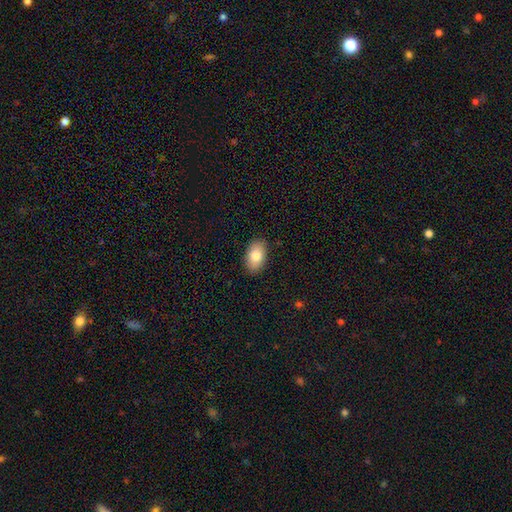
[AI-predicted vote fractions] smooth_or_featured: smooth (p=0.82) [alt: featured or disk p=0.11]
how_rounded: in between (p=0.92) [alt: round p=0.07]
merging: none (p=0.89) [alt: minor disturbance p=0.09]